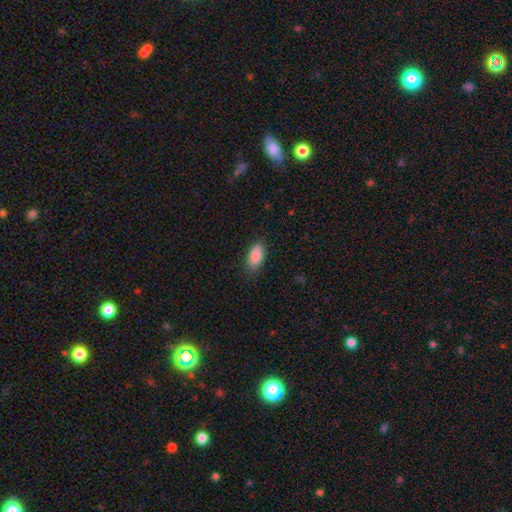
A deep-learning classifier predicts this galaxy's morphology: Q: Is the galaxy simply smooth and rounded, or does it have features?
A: smooth — 89%.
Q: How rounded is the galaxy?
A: in between — 90%.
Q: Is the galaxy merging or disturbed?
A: none — 83%.